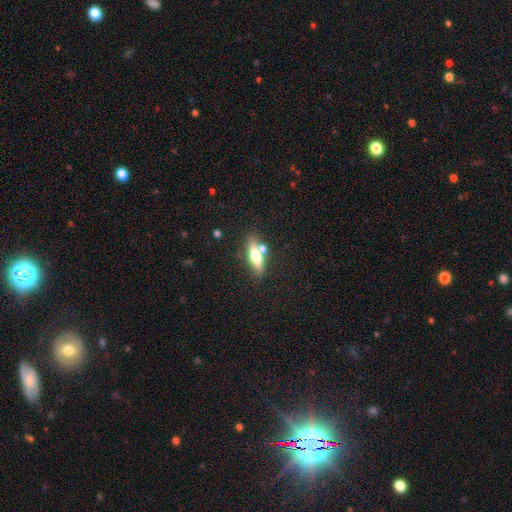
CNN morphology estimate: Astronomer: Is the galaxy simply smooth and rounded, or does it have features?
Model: smooth — 54% (runner-up: featured or disk, 38%).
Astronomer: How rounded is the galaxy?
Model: cigar-shaped — 53% (runner-up: in between, 43%).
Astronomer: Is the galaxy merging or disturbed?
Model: none — 67%.